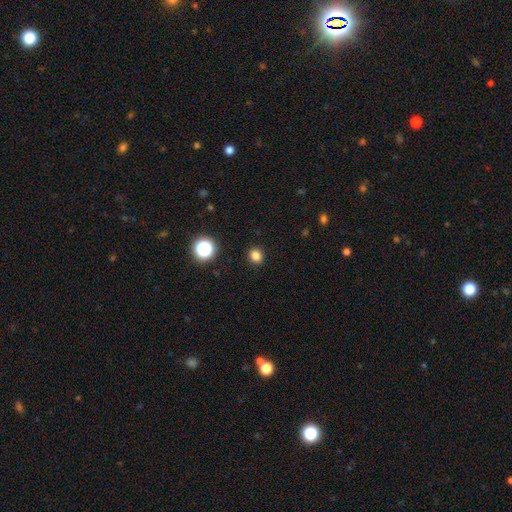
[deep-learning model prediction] smooth-or-featured: smooth: 82% | star or artifact: 14% | featured or disk: 4%
  how-rounded: round: 77% | in between: 22% | cigar-shaped: 1%
  merging: none: 91% | minor disturbance: 6% | major disturbance: 2% | merger: 1%